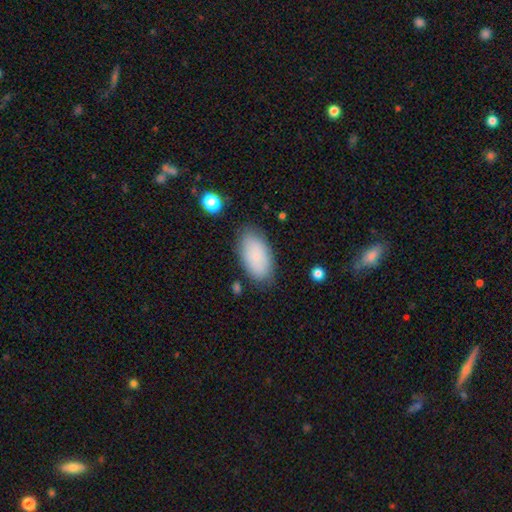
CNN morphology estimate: This appears to be a smooth galaxy with no disk features (83%) that is in between round and cigar-shaped (95%). Merging: none (83%).